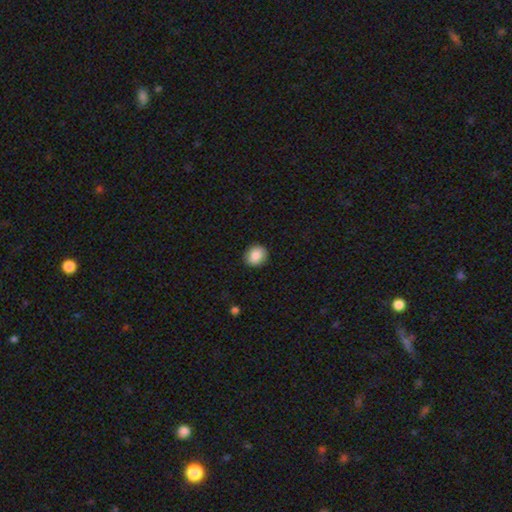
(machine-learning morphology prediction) Smooth or featured?
  - smooth: 86% *
  - star or artifact: 8%
  - featured or disk: 6%
How rounded?
  - round: 75% *
  - in between: 24%
  - cigar-shaped: 1%
Merging?
  - none: 88% *
  - minor disturbance: 9%
  - major disturbance: 2%
  - merger: 1%